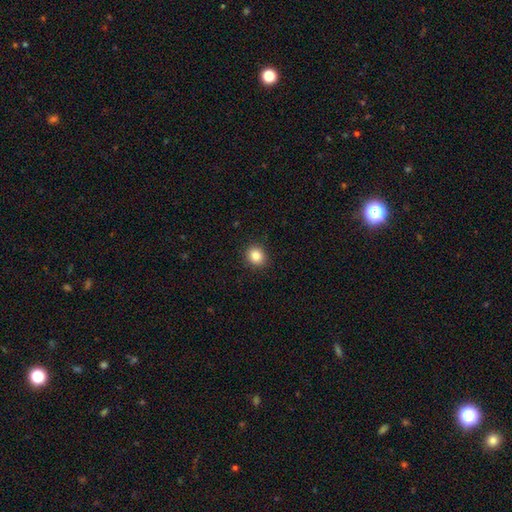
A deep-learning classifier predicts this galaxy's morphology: A smooth galaxy with no disk features (85%) that is round (78%). Merging: none (91%).